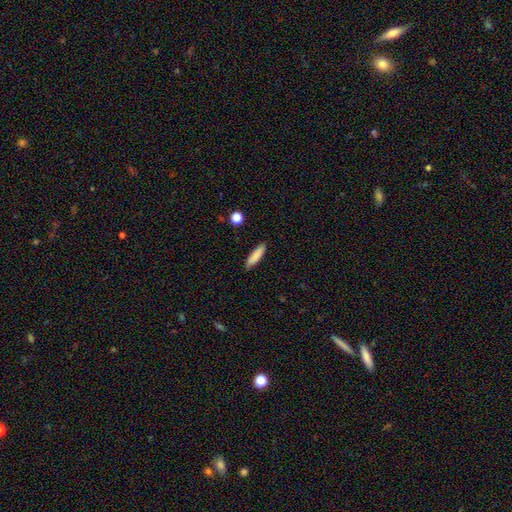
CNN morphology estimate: A smooth galaxy with no disk features (85%) that is cigar-shaped (69%). Merging: none (86%).